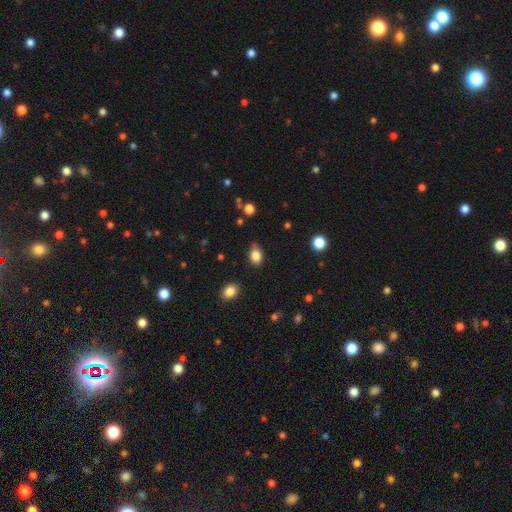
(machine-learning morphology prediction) The model was most divided on "how rounded": in between: 69%, round: 30%, cigar-shaped: 1%. More confident: smooth or featured — smooth (85%); merging — none (74%).